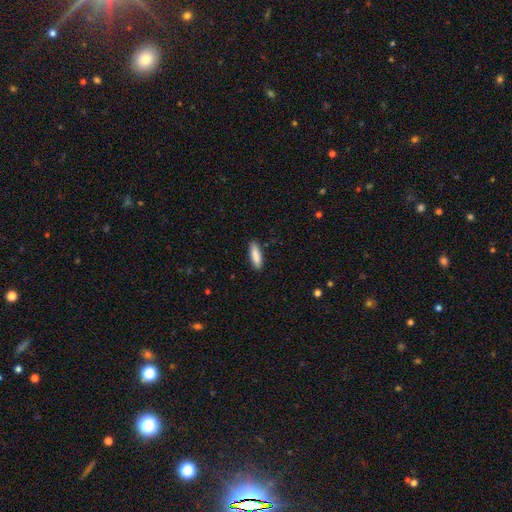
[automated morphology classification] This is clearly a smooth galaxy (88%). How rounded: possibly cigar-shaped (56%). Merging: clearly none (88%).